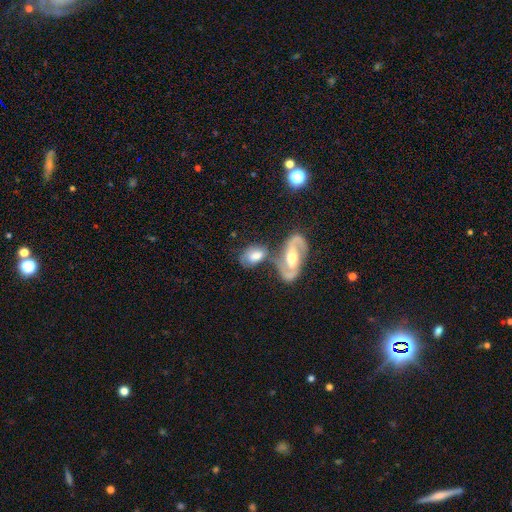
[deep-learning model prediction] smooth-or-featured: featured or disk: 52% | smooth: 41% | star or artifact: 7%
  disk-edge-on: no: 92% | yes: 8%
  merging: merger: 42% | none: 35% | minor disturbance: 15% | major disturbance: 8%